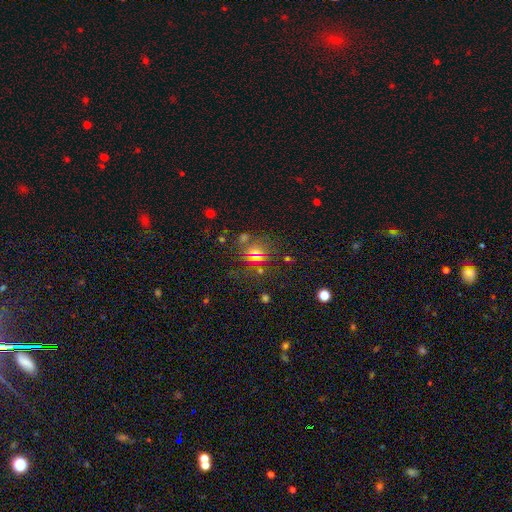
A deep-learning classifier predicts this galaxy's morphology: star or artifact 47%, smooth 41%, featured or disk 12%.